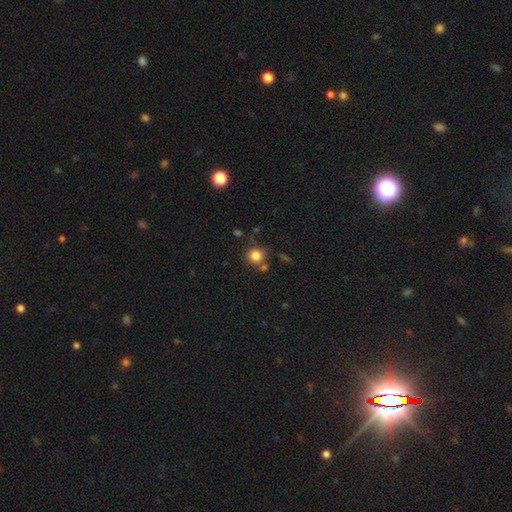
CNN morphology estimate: A smooth galaxy with no disk features (82%) that is round (88%). Merging: none (70%).